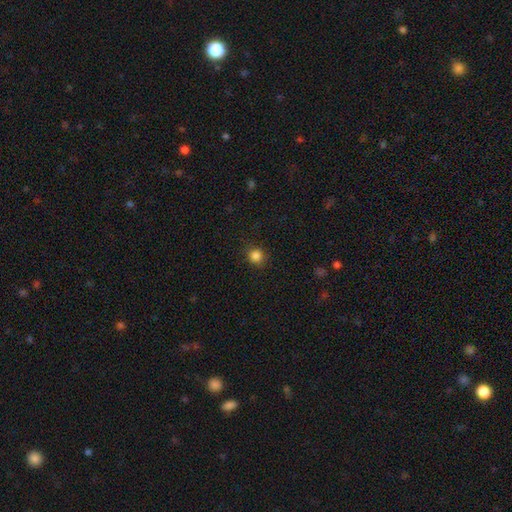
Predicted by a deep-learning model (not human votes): This appears to be a smooth galaxy with no disk features (84%) that is round (91%). Merging: none (88%).